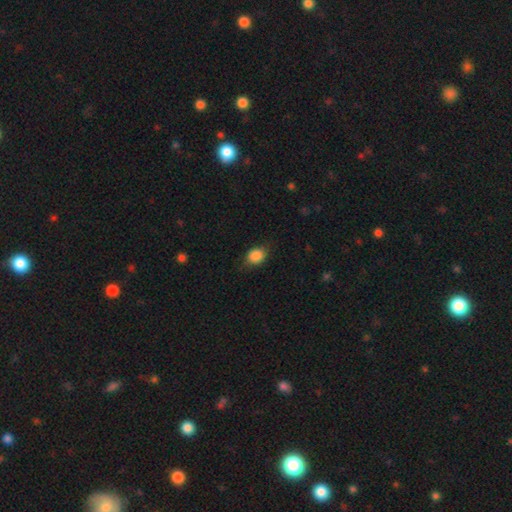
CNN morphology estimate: Q: Smooth or featured?
A: smooth (87%); runner-up: star or artifact (8%)
Q: How rounded?
A: round (50%); runner-up: in between (49%)
Q: Merging?
A: none (75%); runner-up: minor disturbance (20%)